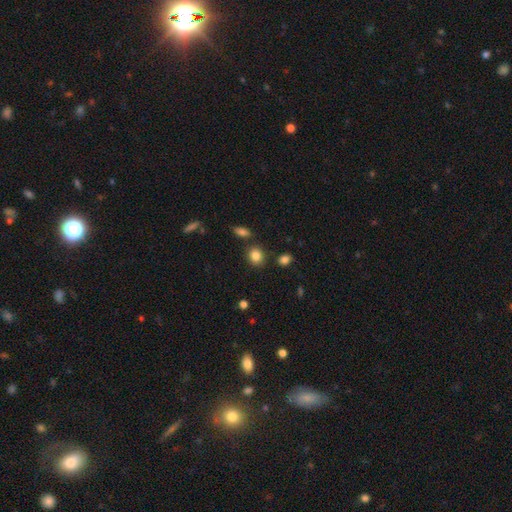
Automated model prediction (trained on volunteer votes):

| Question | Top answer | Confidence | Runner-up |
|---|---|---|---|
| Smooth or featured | smooth | 85% | star or artifact (10%) |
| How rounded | round | 71% | in between (28%) |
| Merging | none | 81% | minor disturbance (9%) |